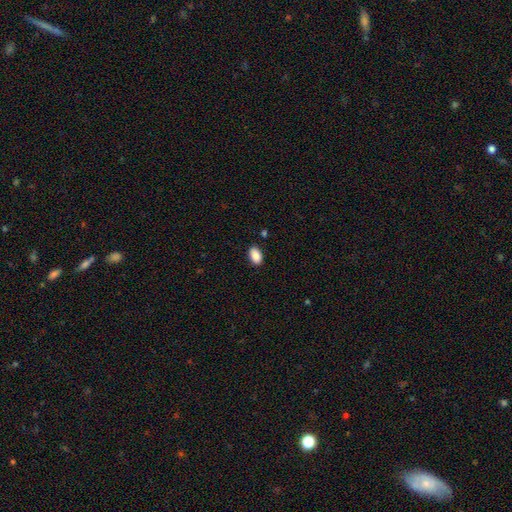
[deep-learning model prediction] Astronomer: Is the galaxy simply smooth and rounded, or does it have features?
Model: smooth — 89%.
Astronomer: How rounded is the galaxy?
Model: in between — 91%.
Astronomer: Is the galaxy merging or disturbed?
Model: none — 86%.